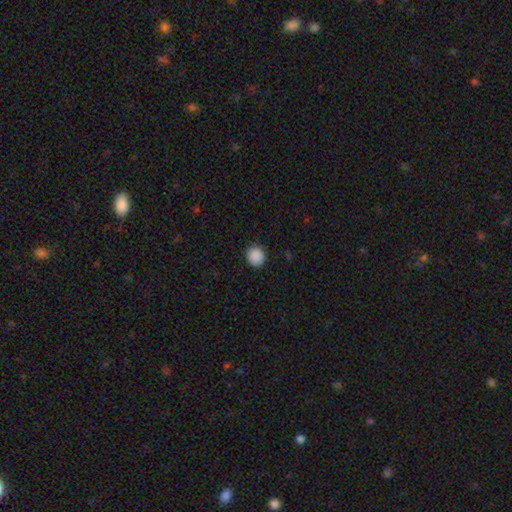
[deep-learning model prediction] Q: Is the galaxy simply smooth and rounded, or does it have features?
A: smooth — 89%.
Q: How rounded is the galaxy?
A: round — 83%.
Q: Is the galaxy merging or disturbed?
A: none — 90%.